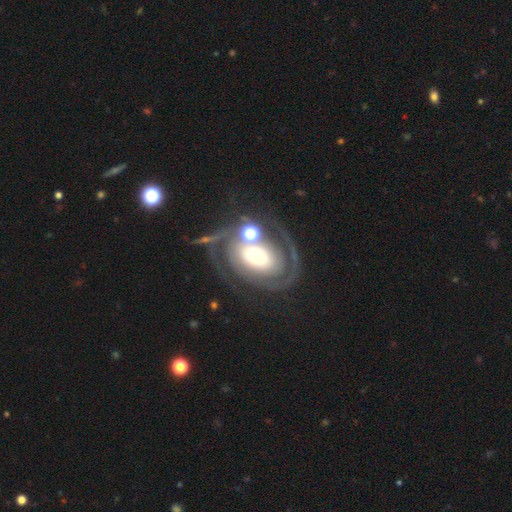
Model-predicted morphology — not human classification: This appears to be a featured or disk galaxy (76%) with no bar (77%), 2 (65%) tight (54%) spiral arms (85%) and a small central bulge (32%, tied with moderate). Merging: none (55%).